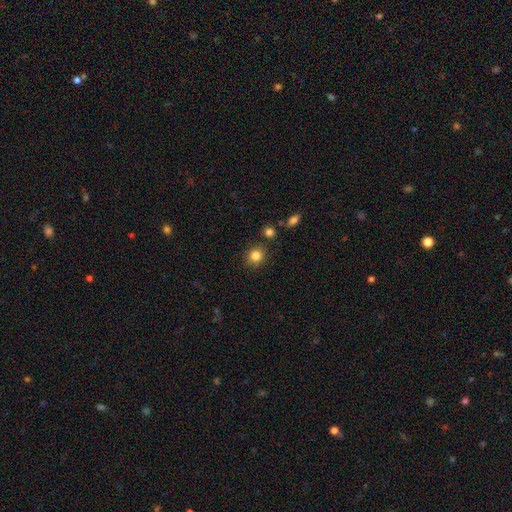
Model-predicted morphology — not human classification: Overall: smooth (84%). How rounded: round (83%). Merging: none (85%).